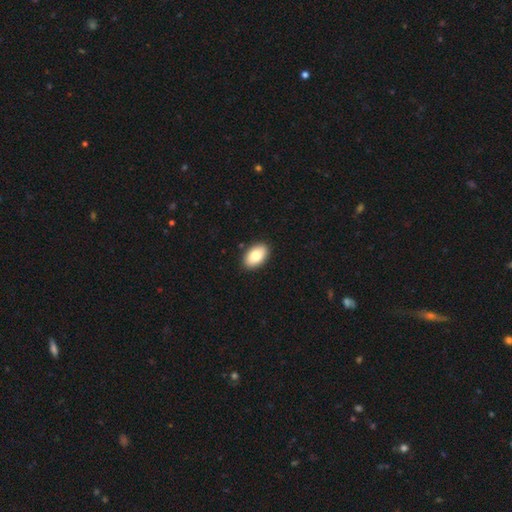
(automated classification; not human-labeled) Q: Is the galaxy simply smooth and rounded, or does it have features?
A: smooth — 82%.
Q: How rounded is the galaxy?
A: in between — 93%.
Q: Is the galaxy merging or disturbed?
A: none — 90%.